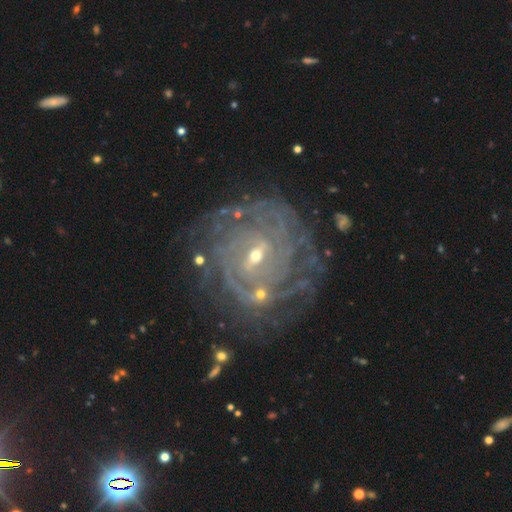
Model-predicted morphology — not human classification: The model was most divided on "spiral arm count": can't tell: 33%, more than 4: 17%, 4: 17%, 2: 14%, 3: 13%, 1: 7%. Remaining: edge-on disk — no (97%); spiral arms — yes (96%); smooth or featured — featured or disk (87%); spiral winding — tight (79%); merging — none (74%); bulge size — small (71%); bar — weak (50%).